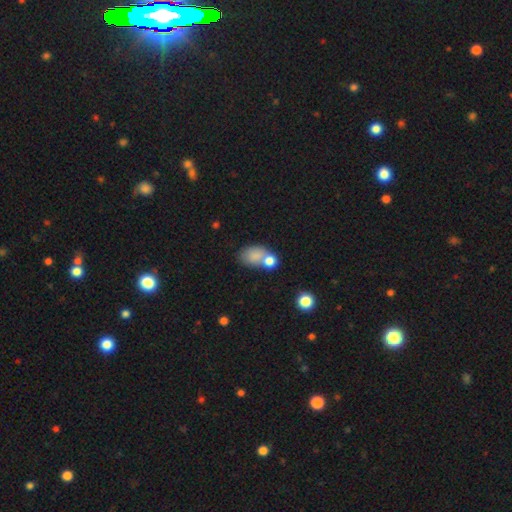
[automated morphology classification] A smooth galaxy with no disk features (78%) that is in between round and cigar-shaped (81%). Merging: none (37%, tied with merger).